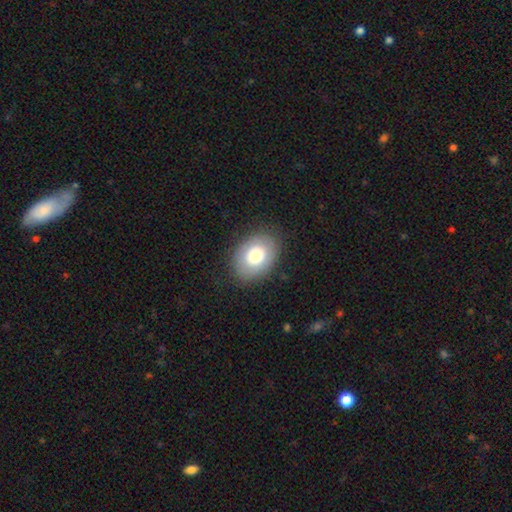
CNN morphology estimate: smooth-or-featured: smooth: 73% | featured or disk: 20% | star or artifact: 8%
  how-rounded: in between: 71% | round: 29% | cigar-shaped: 1%
  merging: none: 84% | minor disturbance: 11% | major disturbance: 4% | merger: 1%